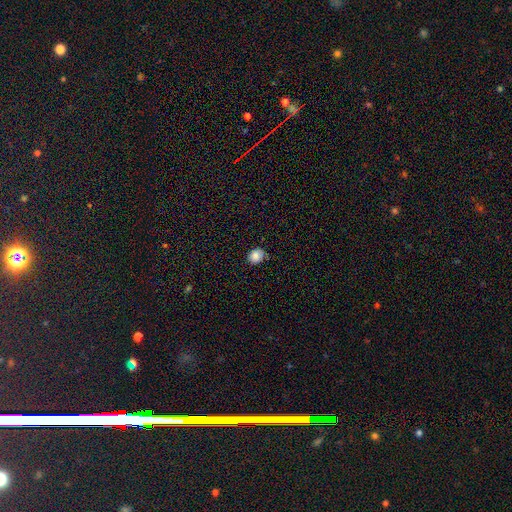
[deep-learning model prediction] smooth 82%, star or artifact 10%, featured or disk 8%. Down the decision tree: how rounded — round (59%); merging — none (69%).